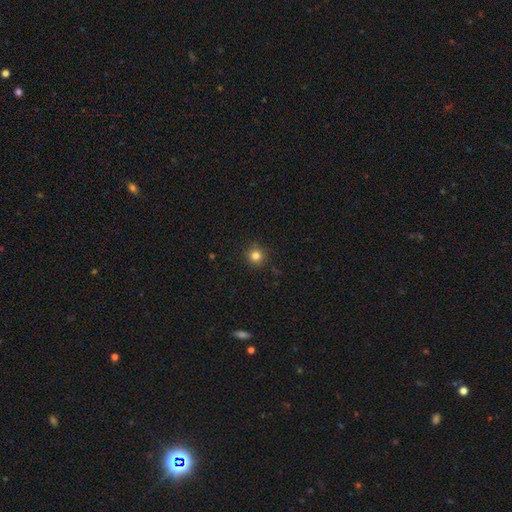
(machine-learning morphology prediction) Q: Smooth or featured?
A: smooth (81%); runner-up: star or artifact (14%)
Q: How rounded?
A: round (94%); runner-up: in between (5%)
Q: Merging?
A: none (89%); runner-up: minor disturbance (8%)